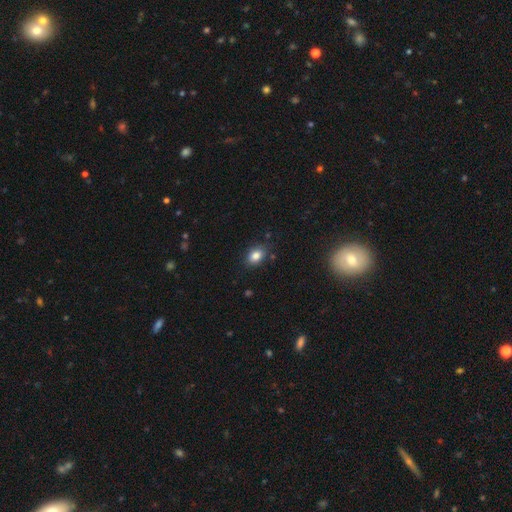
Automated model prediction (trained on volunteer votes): A smooth galaxy with no disk features (83%) that is in between round and cigar-shaped (73%).

Vote fractions:
- Smooth or featured? smooth: 83% / star or artifact: 10% / featured or disk: 7%
- How rounded? in between: 73% / round: 26% / cigar-shaped: 1%
- Merging? none: 83% / minor disturbance: 13% / major disturbance: 3% / merger: 2%